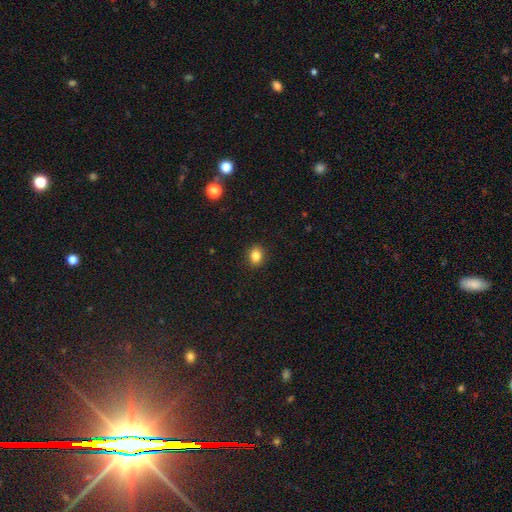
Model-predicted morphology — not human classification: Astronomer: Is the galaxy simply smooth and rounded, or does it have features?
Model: smooth — 84%.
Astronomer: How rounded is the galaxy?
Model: in between — 53% (runner-up: round, 46%).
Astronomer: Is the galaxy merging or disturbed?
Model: none — 90%.